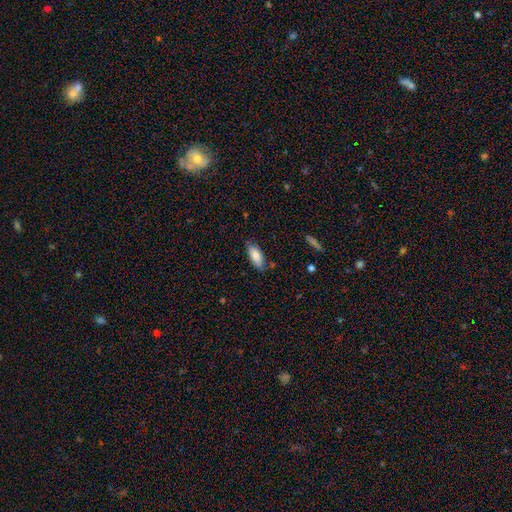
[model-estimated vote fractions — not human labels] A smooth galaxy with no disk features (82%) that is in between round and cigar-shaped (81%). Merging: none (76%).